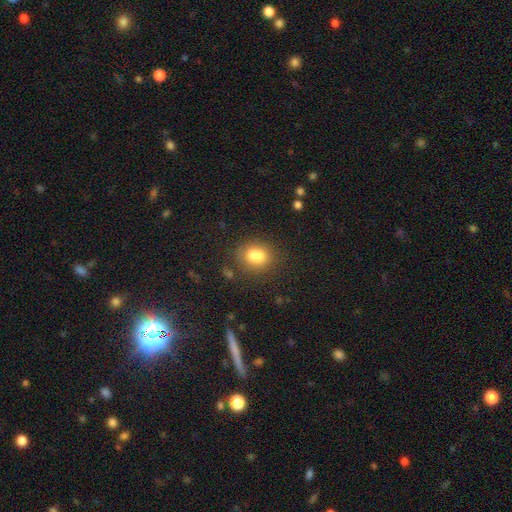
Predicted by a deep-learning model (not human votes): This appears to be a smooth galaxy with no disk features (71%) that is round (60%). Merging: merger (44%).